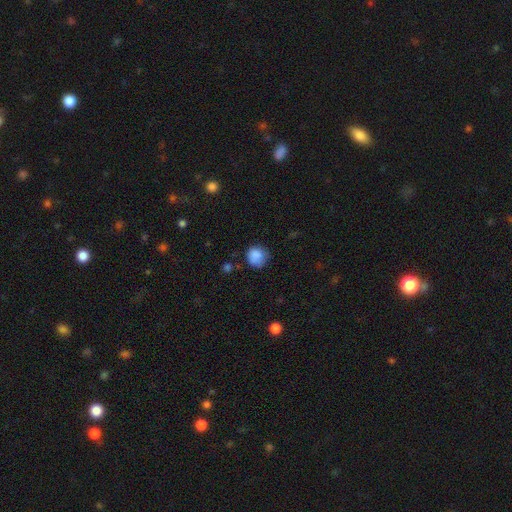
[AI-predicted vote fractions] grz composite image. It shows a smooth galaxy with no disk features (84%) that is round (82%). Merging: none (63%).